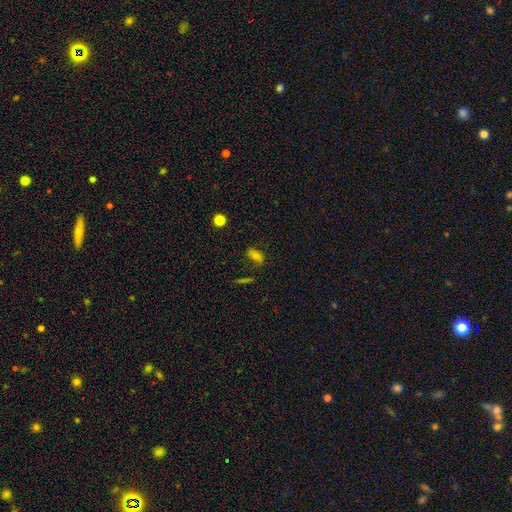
A smooth galaxy with no disk features (82%) that is in between round and cigar-shaped (82%).

Vote fractions:
- Smooth or featured? smooth: 82% / star or artifact: 10% / featured or disk: 8%
- How rounded? in between: 82% / round: 9% / cigar-shaped: 9%
- Merging? none: 78% / minor disturbance: 8% / major disturbance: 8% / merger: 6%